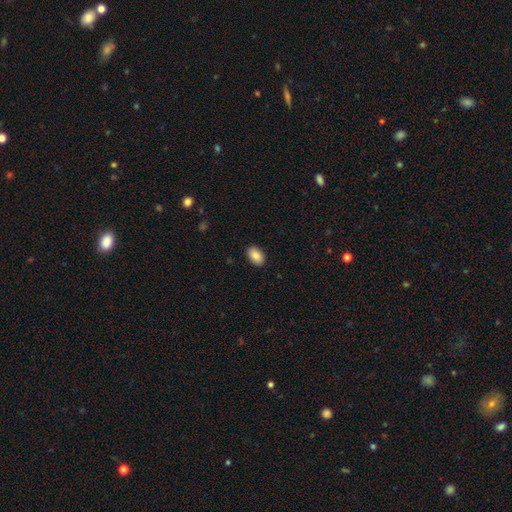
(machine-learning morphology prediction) type=smooth (87%); roundness=in between (89%); merging=none (90%).